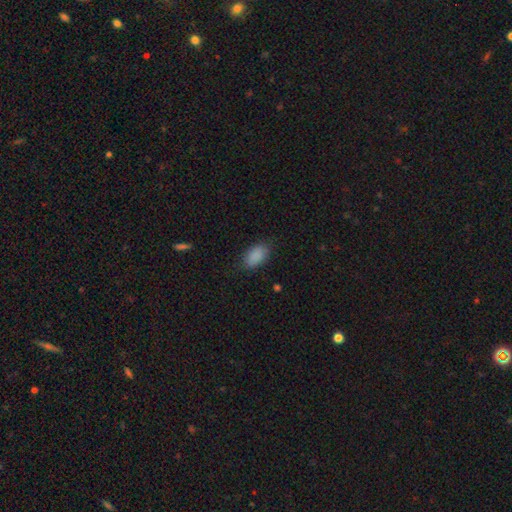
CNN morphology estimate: Smooth or featured? smooth (88%)
How rounded? in between (92%)
Merging? none (80%)